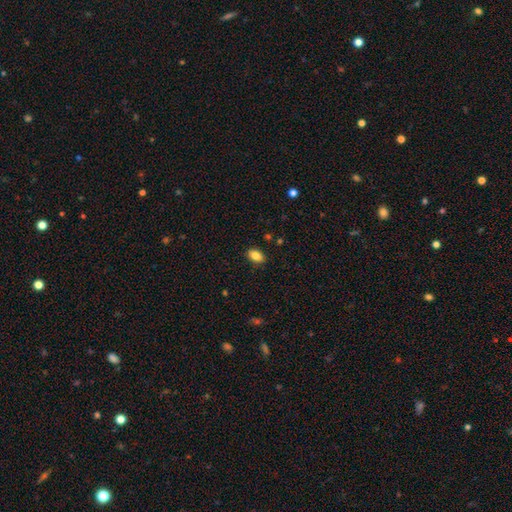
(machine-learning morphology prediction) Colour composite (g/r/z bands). It shows a smooth galaxy with no disk features (86%) that is in between round and cigar-shaped (87%). Merging: none (88%).